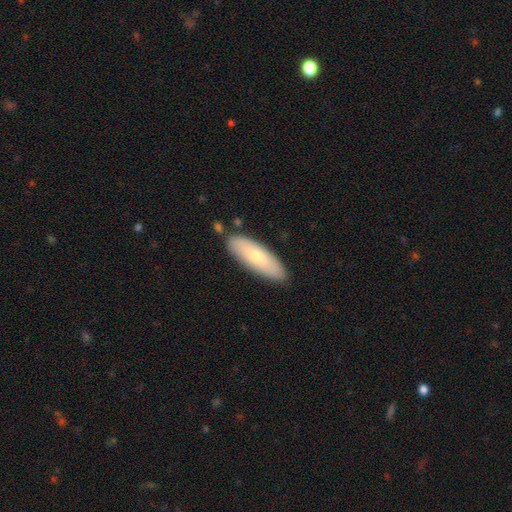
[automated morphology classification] Smooth or featured?
  - smooth: 65% *
  - featured or disk: 29%
  - star or artifact: 6%
How rounded?
  - in between: 55% *
  - cigar-shaped: 43%
  - round: 2%
Merging?
  - none: 83% *
  - minor disturbance: 12%
  - merger: 3%
  - major disturbance: 2%